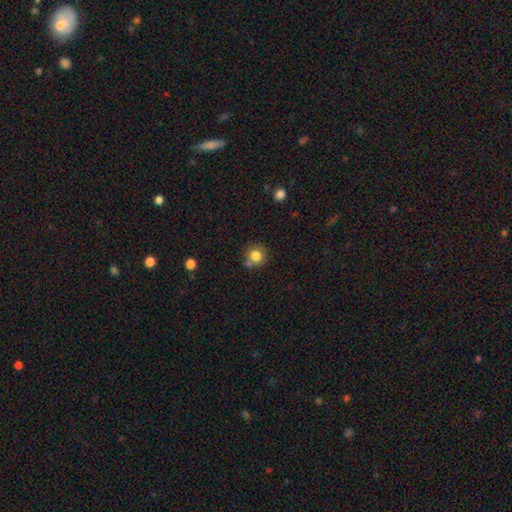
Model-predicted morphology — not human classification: Q: Smooth or featured?
A: smooth (81%); runner-up: star or artifact (11%)
Q: How rounded?
A: round (89%); runner-up: in between (10%)
Q: Merging?
A: none (68%); runner-up: merger (15%)